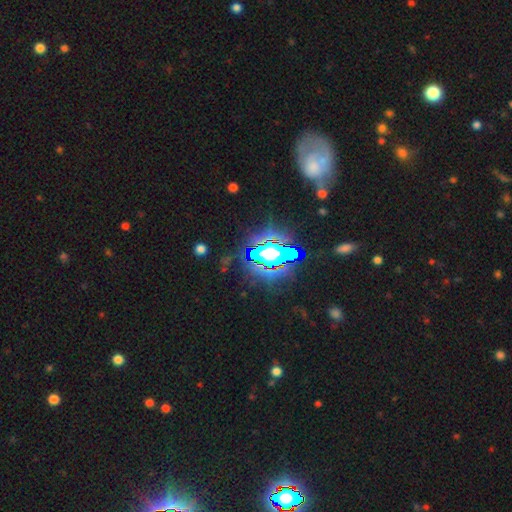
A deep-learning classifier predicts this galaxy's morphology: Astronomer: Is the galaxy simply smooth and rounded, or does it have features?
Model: star or artifact — 69%.